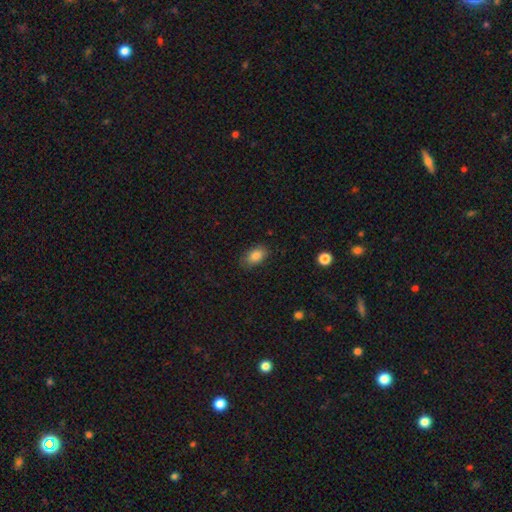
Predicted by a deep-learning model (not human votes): Q: Smooth or featured?
A: smooth (84%); runner-up: star or artifact (9%)
Q: How rounded?
A: in between (89%); runner-up: round (9%)
Q: Merging?
A: none (82%); runner-up: minor disturbance (14%)